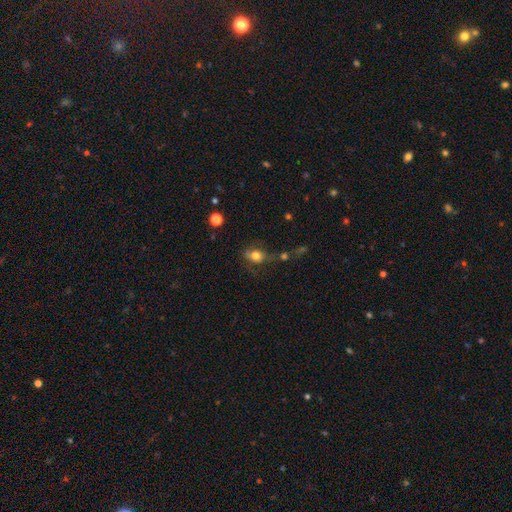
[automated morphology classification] Smooth or featured? Predicted: smooth (p=0.74). How rounded? Predicted: in between (p=0.52). Merging? Predicted: none (p=0.48).